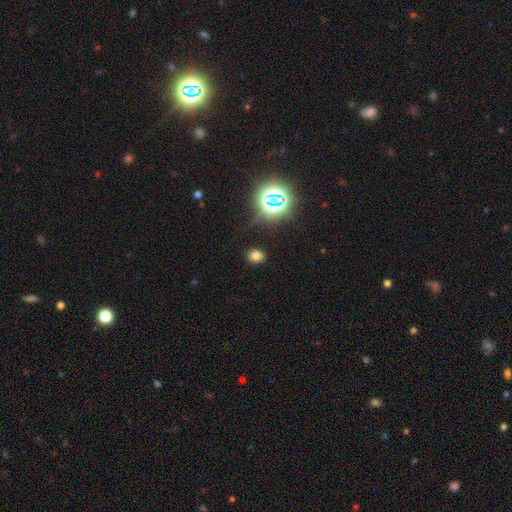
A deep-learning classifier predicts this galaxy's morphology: smooth-or-featured: smooth: 71% | star or artifact: 23% | featured or disk: 6%
  how-rounded: round: 60% | in between: 39% | cigar-shaped: 1%
  merging: none: 87% | minor disturbance: 8% | major disturbance: 3% | merger: 2%